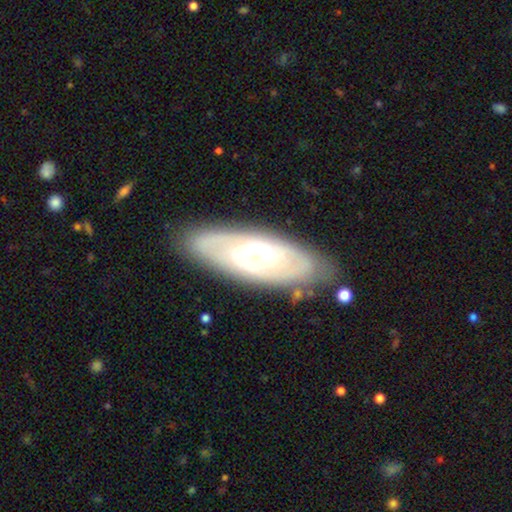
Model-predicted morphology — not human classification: smooth_or_featured: featured or disk (p=0.58) [alt: smooth p=0.35]
disk_edge_on: no (p=0.78) [alt: yes p=0.22]
merging: none (p=0.80) [alt: minor disturbance p=0.13]